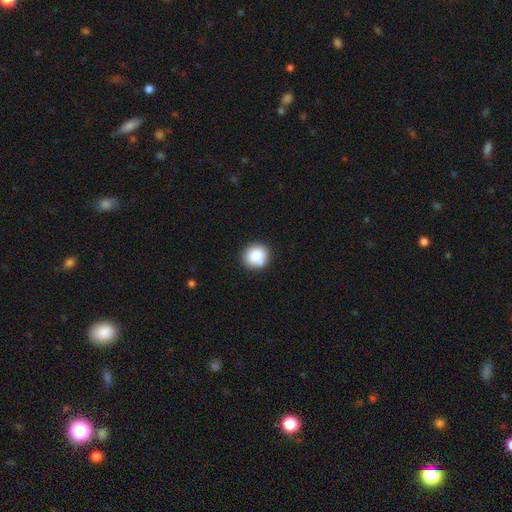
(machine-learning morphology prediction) Smooth or featured? smooth (83%)
How rounded? round (85%)
Merging? none (75%)